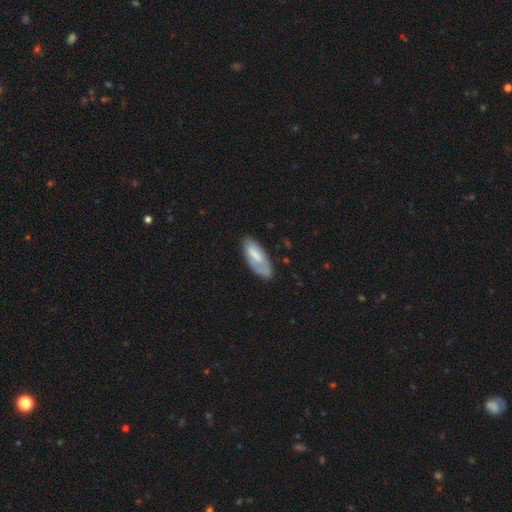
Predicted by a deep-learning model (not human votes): Smooth or featured? Predicted: smooth (p=0.63). How rounded? Predicted: in between (p=0.76). Merging? Predicted: none (p=0.64).